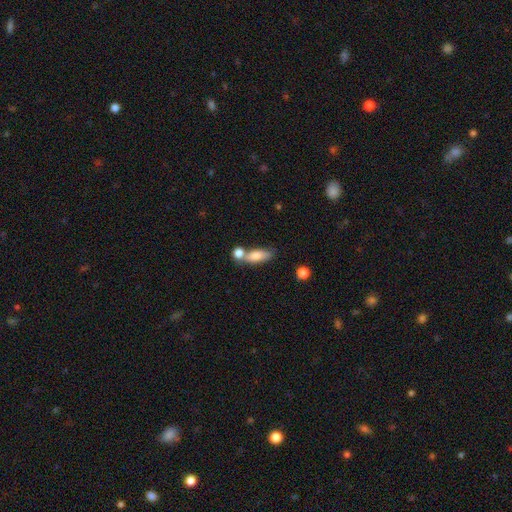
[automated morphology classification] This is likely a smooth galaxy (75%). How rounded: likely in between (68%). Merging: possibly none (46%).